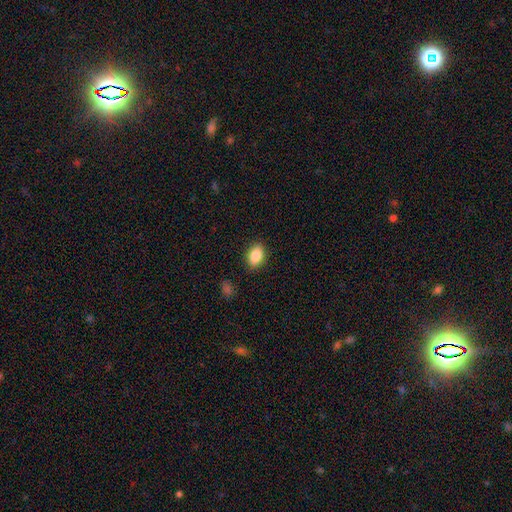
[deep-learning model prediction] This appears to be a smooth galaxy with no disk features (88%) that is in between round and cigar-shaped (86%). Merging: none (87%).